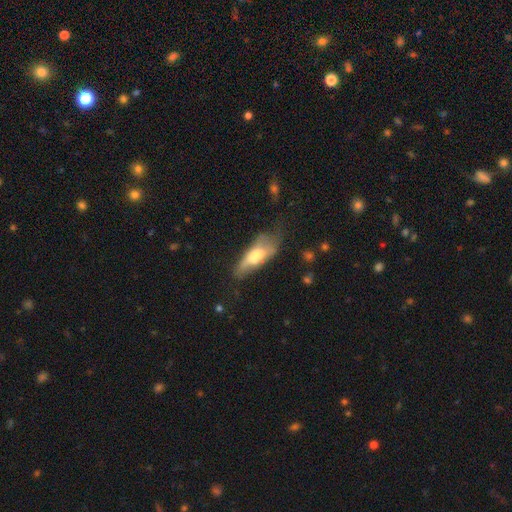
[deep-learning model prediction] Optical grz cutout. It shows a smooth galaxy with no disk features (55%) that is in between round and cigar-shaped (69%). Merging: major disturbance (28%).